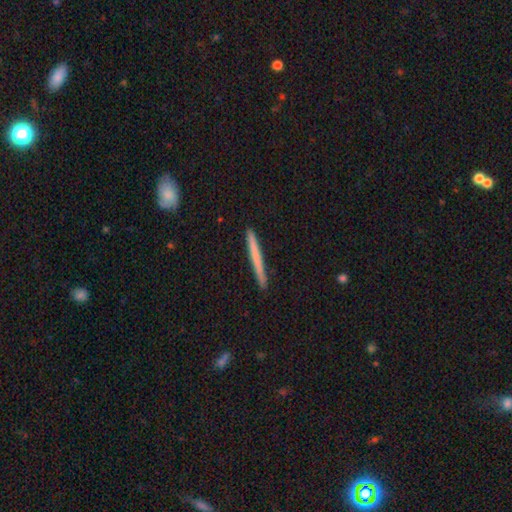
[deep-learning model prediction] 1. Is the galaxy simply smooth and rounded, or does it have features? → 61% smooth, 34% featured or disk, 5% star or artifact.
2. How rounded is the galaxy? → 97% cigar-shaped, 2% in between, 1% round.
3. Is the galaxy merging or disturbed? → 91% none, 7% minor disturbance, 1% major disturbance, 1% merger.